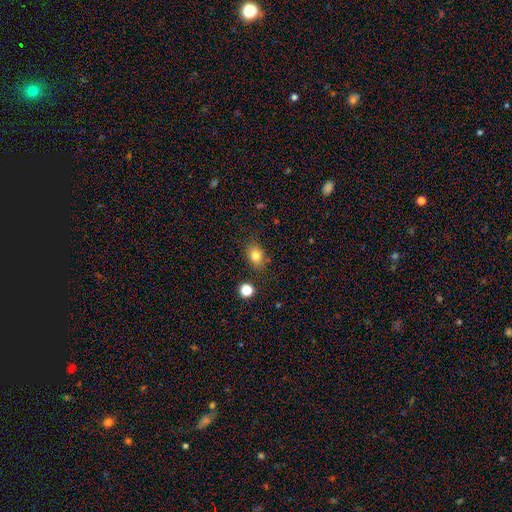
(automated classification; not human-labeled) Smooth or featured?
  - smooth: 81% *
  - star or artifact: 11%
  - featured or disk: 8%
How rounded?
  - in between: 63% *
  - round: 36%
  - cigar-shaped: 1%
Merging?
  - none: 80% *
  - minor disturbance: 13%
  - major disturbance: 4%
  - merger: 3%